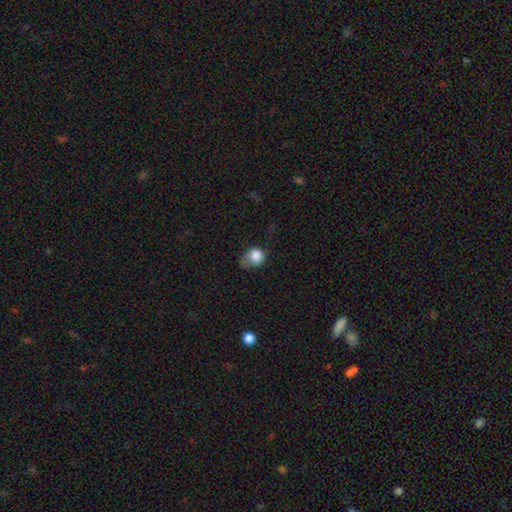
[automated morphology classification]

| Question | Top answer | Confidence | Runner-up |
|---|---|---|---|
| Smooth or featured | smooth | 82% | featured or disk (10%) |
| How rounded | round | 63% | in between (36%) |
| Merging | minor disturbance | 40% | major disturbance (33%) |